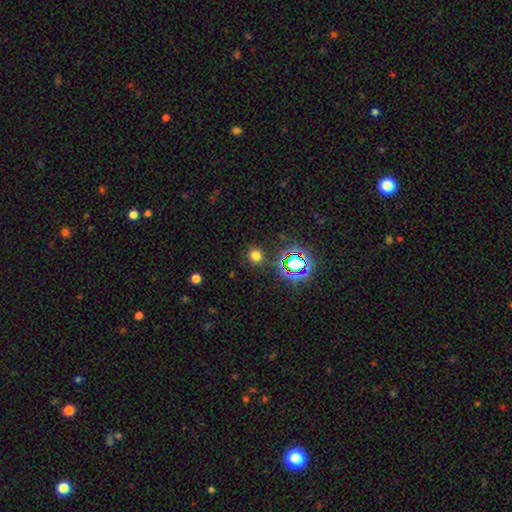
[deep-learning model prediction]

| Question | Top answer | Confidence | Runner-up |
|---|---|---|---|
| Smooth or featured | smooth | 68% | star or artifact (27%) |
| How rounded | round | 88% | in between (11%) |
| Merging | none | 87% | minor disturbance (8%) |